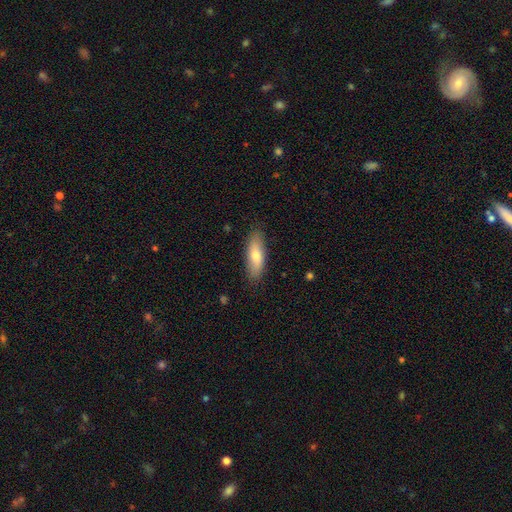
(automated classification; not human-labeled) Smooth or featured: smooth — 70% (featured or disk — 24%)
How rounded: in between — 59% (cigar-shaped — 38%)
Merging: none — 86% (minor disturbance — 11%)